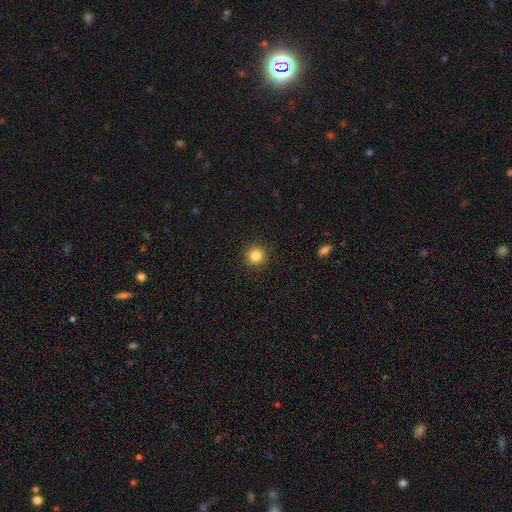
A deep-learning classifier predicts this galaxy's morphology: A smooth galaxy with no disk features (84%) that is round (94%).

Vote fractions:
- Smooth or featured? smooth: 84% / star or artifact: 11% / featured or disk: 5%
- How rounded? round: 94% / in between: 5% / cigar-shaped: 1%
- Merging? none: 92% / minor disturbance: 5% / major disturbance: 2% / merger: 1%